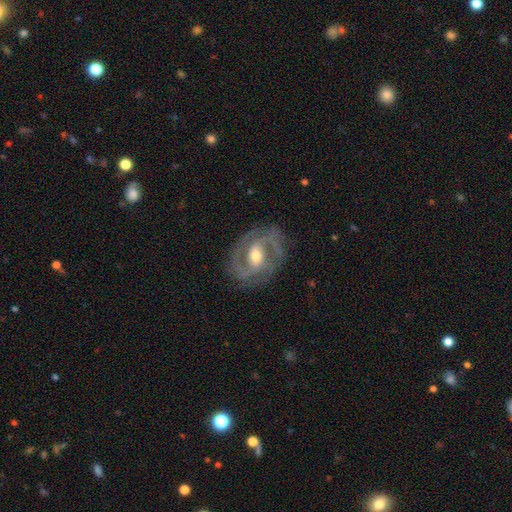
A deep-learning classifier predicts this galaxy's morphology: Smooth or featured: featured or disk — 88% (smooth — 7%)
Edge-on disk: no — 97% (yes — 3%)
Bar: weak — 46% (strong — 29%)
Spiral arms: yes — 95% (no — 5%)
Spiral winding: medium — 53% (tight — 34%)
Spiral arm count: 2 — 84% (3 — 5%)
Bulge size: moderate — 66% (small — 25%)
Merging: none — 79% (minor disturbance — 14%)